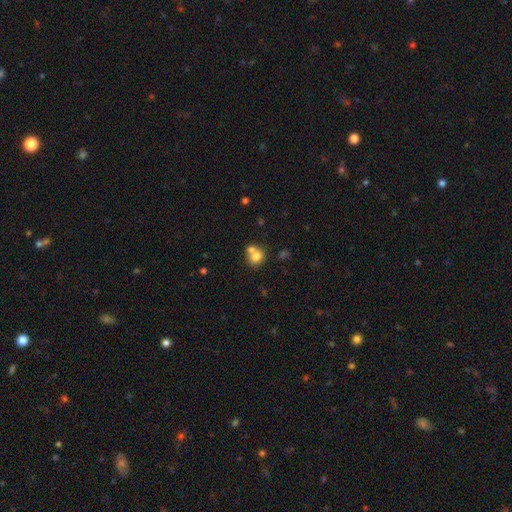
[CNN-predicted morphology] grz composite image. It shows a smooth galaxy with no disk features (76%) that is round (73%). Merging: merger (52%).